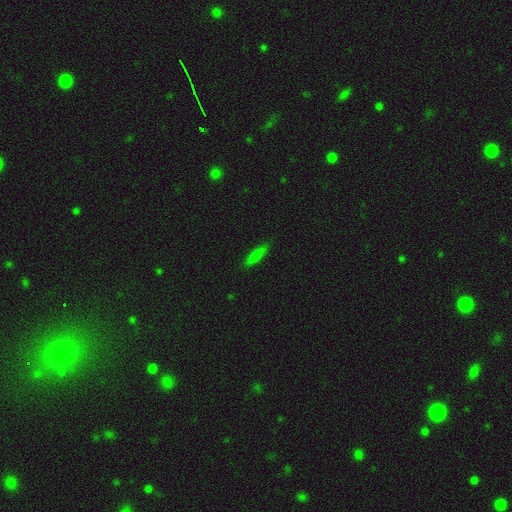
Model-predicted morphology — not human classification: The model was most divided on "how rounded": cigar-shaped: 78%, in between: 20%, round: 2%. More confident: merging — none (86%); smooth or featured — smooth (79%).